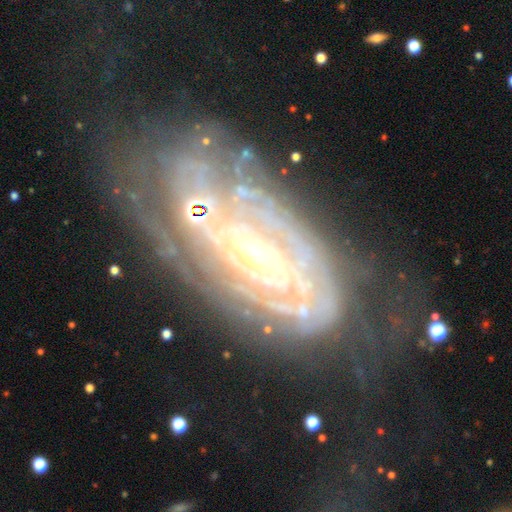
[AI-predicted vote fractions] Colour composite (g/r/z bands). It shows a featured or disk galaxy (83%) with no bar (54%), tight (74%) spiral arms (86%) and a small central bulge (55%). Merging: none (48%).